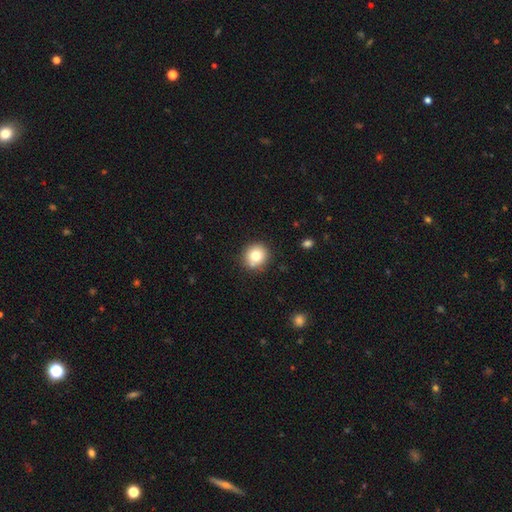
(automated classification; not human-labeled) A smooth galaxy with no disk features (78%) that is round (89%).

Vote fractions:
- Smooth or featured? smooth: 78% / featured or disk: 11% / star or artifact: 11%
- How rounded? round: 89% / in between: 10% / cigar-shaped: 1%
- Merging? none: 82% / minor disturbance: 10% / merger: 5% / major disturbance: 3%